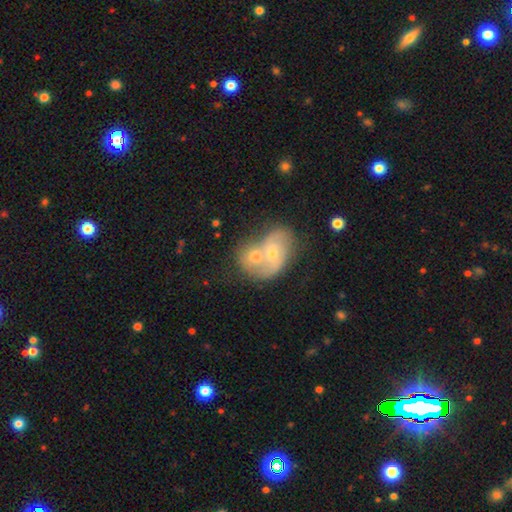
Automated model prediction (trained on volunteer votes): Overall: featured or disk (46%; smooth 45%). Merging: merger (75%).